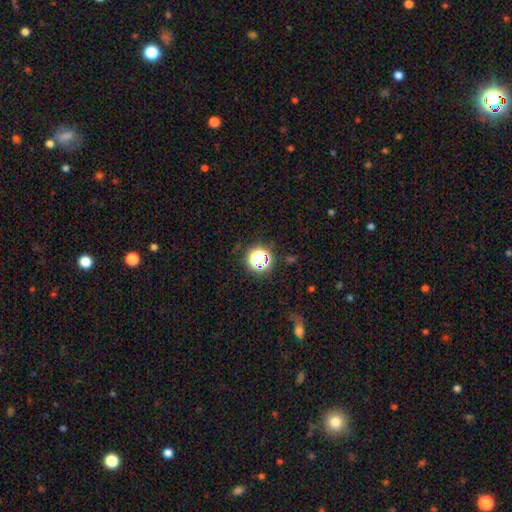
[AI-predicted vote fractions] smooth-or-featured: star or artifact: 52% | smooth: 38% | featured or disk: 10%